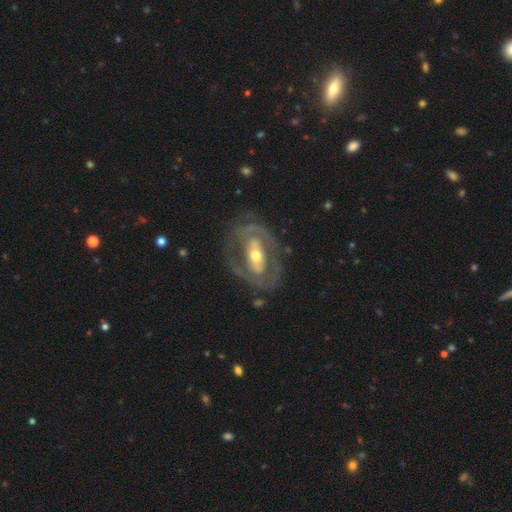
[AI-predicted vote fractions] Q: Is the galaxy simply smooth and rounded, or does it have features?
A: featured or disk — 80%.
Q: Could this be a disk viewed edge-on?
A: no — 93%.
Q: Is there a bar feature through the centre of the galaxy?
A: no — 37%.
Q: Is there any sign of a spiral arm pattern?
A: yes — 58%.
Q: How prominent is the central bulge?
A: moderate — 64%.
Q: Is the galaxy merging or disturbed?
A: none — 70%.